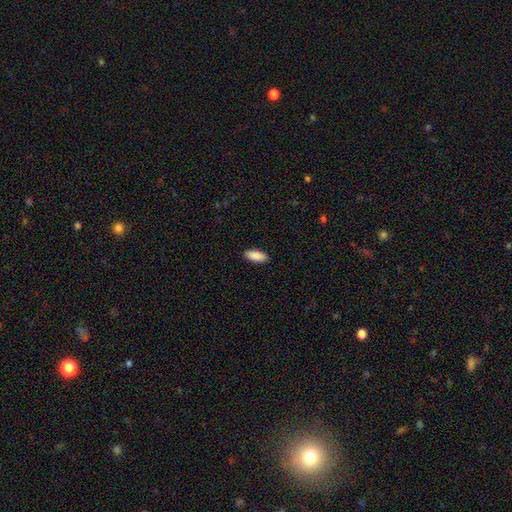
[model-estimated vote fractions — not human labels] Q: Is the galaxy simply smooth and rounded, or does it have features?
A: smooth — 89%.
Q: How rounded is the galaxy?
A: in between — 83%.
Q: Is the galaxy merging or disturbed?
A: none — 90%.